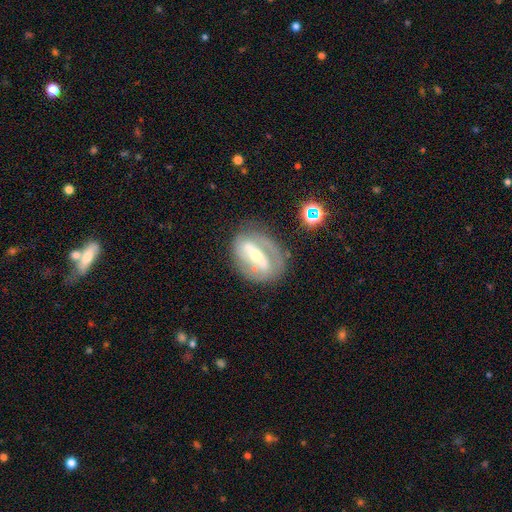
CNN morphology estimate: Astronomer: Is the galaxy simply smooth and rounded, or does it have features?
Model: featured or disk — 75%.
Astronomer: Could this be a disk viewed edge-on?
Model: no — 90%.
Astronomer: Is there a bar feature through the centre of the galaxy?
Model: strong — 63%.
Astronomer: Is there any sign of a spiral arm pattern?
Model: yes — 59% (runner-up: no, 41%).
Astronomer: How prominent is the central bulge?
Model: moderate — 51% (runner-up: small, 43%).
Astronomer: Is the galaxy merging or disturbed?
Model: none — 69%.